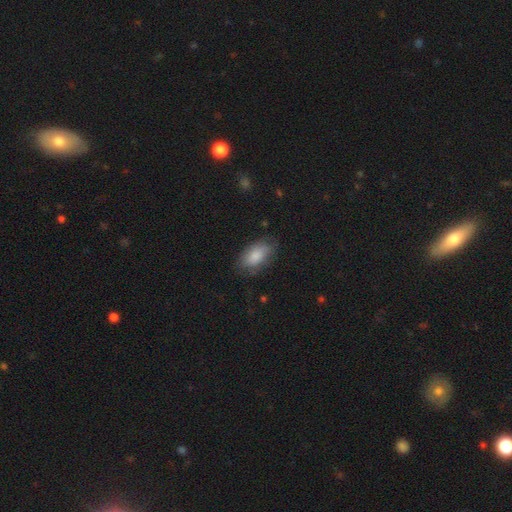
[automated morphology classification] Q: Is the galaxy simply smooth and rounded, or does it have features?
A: smooth — 83%.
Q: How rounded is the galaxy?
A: in between — 93%.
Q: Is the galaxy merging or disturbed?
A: none — 71%.